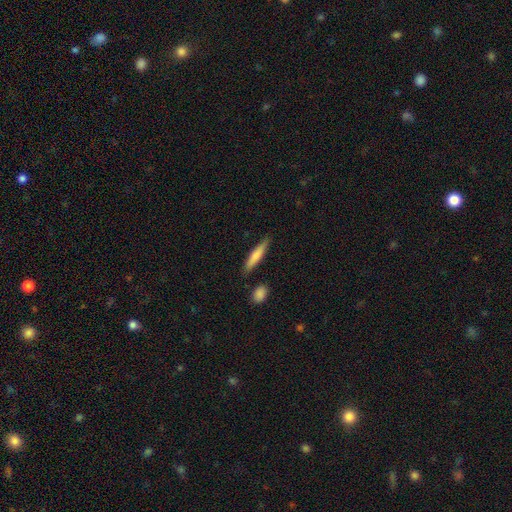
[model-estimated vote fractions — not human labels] This is likely a smooth galaxy (73%). How rounded: clearly cigar-shaped (88%). Merging: clearly none (85%).